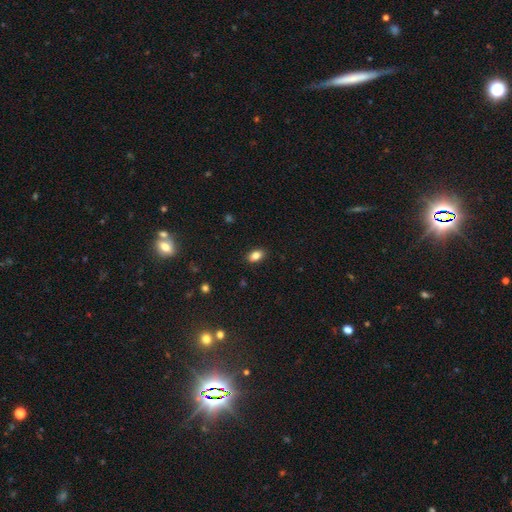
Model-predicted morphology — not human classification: smooth-or-featured: smooth: 83% | star or artifact: 9% | featured or disk: 8%
  how-rounded: in between: 88% | round: 10% | cigar-shaped: 3%
  merging: none: 88% | minor disturbance: 9% | major disturbance: 2% | merger: 1%